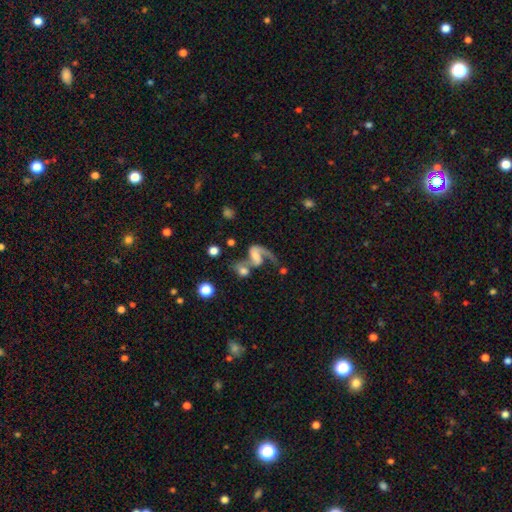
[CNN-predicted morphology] Q: Smooth or featured?
A: featured or disk (67%); runner-up: smooth (22%)
Q: Edge-on disk?
A: no (97%); runner-up: yes (3%)
Q: Bar?
A: no (44%); runner-up: weak (37%)
Q: Spiral arms?
A: yes (85%); runner-up: no (15%)
Q: Spiral winding?
A: loose (69%); runner-up: medium (24%)
Q: Spiral arm count?
A: 1 (51%); runner-up: 2 (43%)
Q: Bulge size?
A: small (31%); tied with: moderate (31%)
Q: Merging?
A: merger (46%); runner-up: major disturbance (24%)